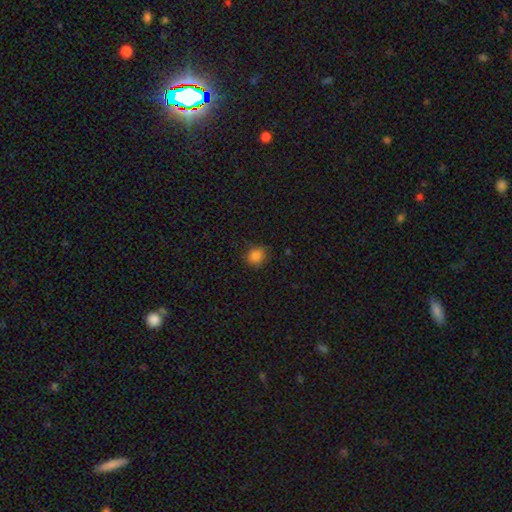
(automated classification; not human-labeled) smooth-or-featured: smooth: 84% | star or artifact: 12% | featured or disk: 4%
  how-rounded: round: 73% | in between: 26% | cigar-shaped: 1%
  merging: none: 78% | minor disturbance: 17% | major disturbance: 4% | merger: 1%